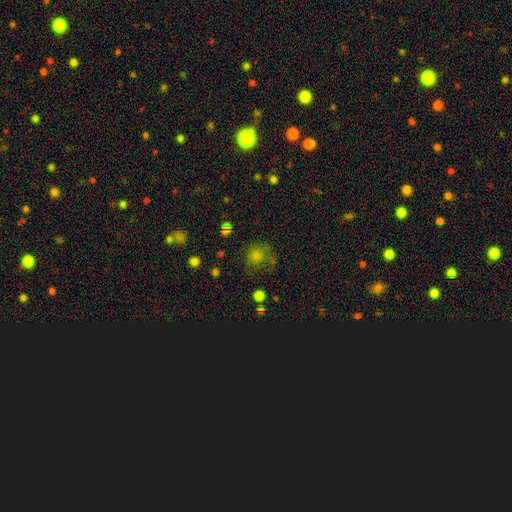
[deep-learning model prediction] A smooth galaxy with no disk features (57%) that is round (81%). Merging: none (59%).